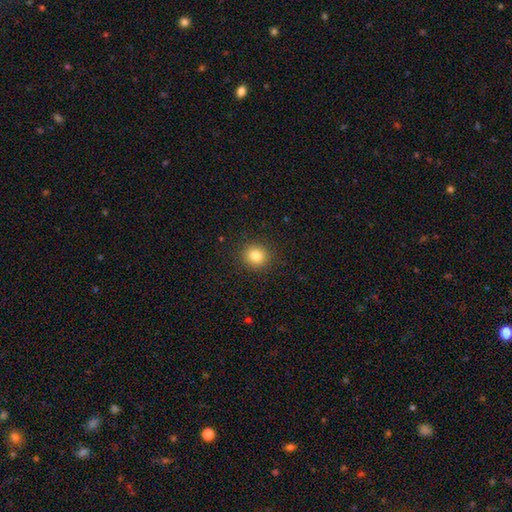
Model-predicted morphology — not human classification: Smooth or featured: smooth — 82% (star or artifact — 11%)
How rounded: round — 88% (in between — 11%)
Merging: none — 91% (minor disturbance — 6%)